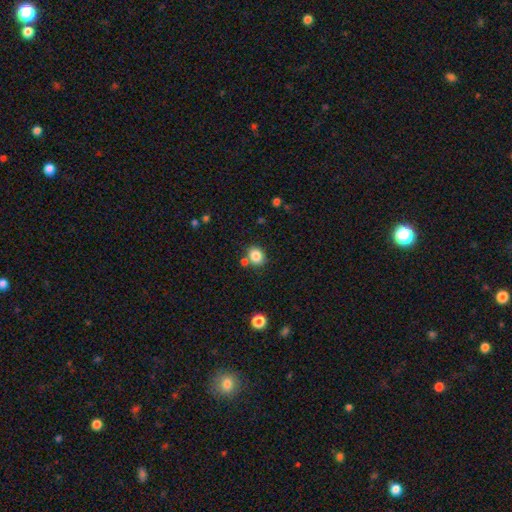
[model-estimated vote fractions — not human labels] Smooth or featured? Predicted: smooth (p=0.85). How rounded? Predicted: round (p=0.62). Merging? Predicted: none (p=0.72).